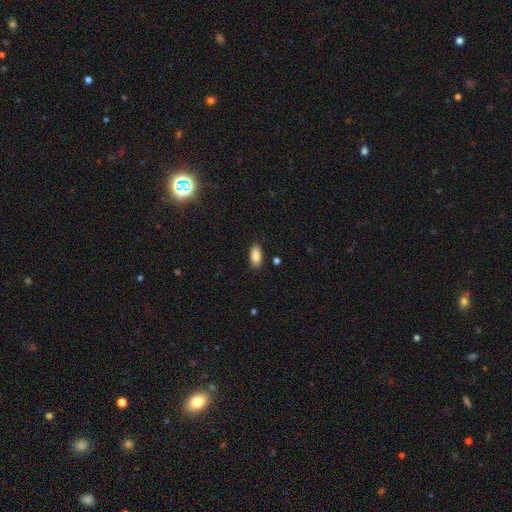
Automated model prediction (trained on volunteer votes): This is clearly a smooth galaxy (87%). How rounded: clearly in between (90%). Merging: clearly none (87%).